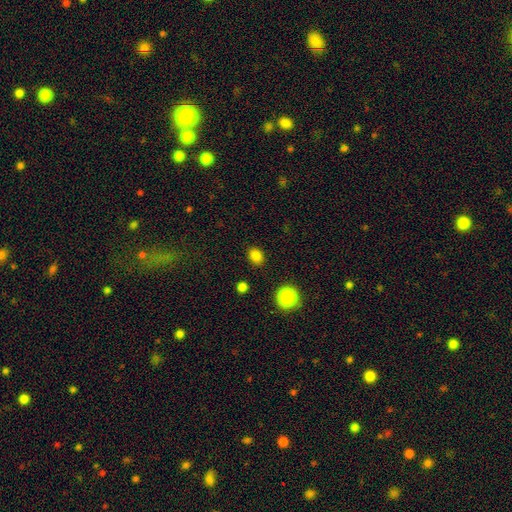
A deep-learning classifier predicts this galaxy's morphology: Smooth or featured: smooth — 81% (star or artifact — 14%)
How rounded: in between — 55% (round — 44%)
Merging: none — 87% (minor disturbance — 9%)